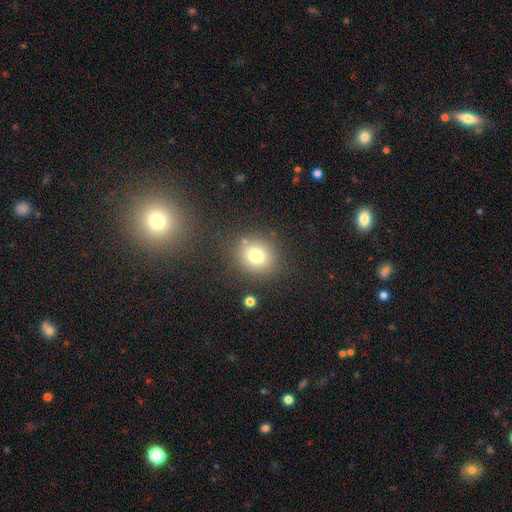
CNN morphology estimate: Smooth or featured: smooth — 77% (star or artifact — 14%)
How rounded: round — 78% (in between — 21%)
Merging: none — 81% (minor disturbance — 10%)